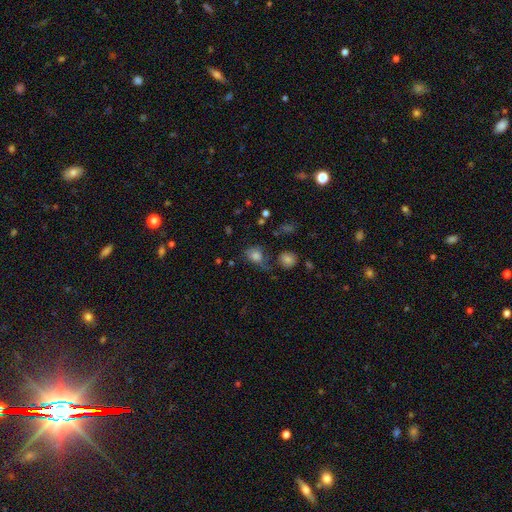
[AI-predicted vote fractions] Morphology: type=smooth (76%); roundness=round (51%); merging=none (50%).